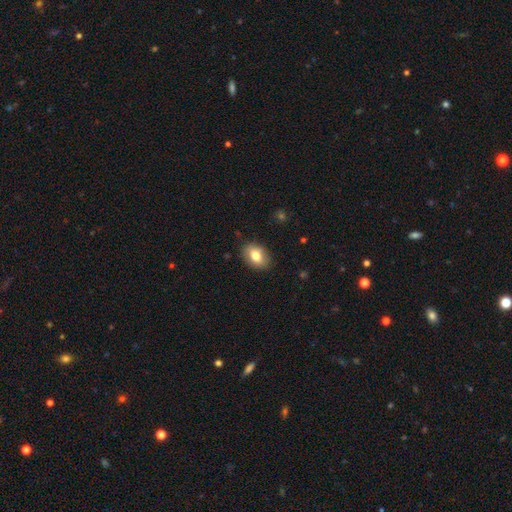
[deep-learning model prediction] smooth 78%, featured or disk 14%, star or artifact 8%. Down the decision tree: how rounded — in between (82%); merging — none (85%).